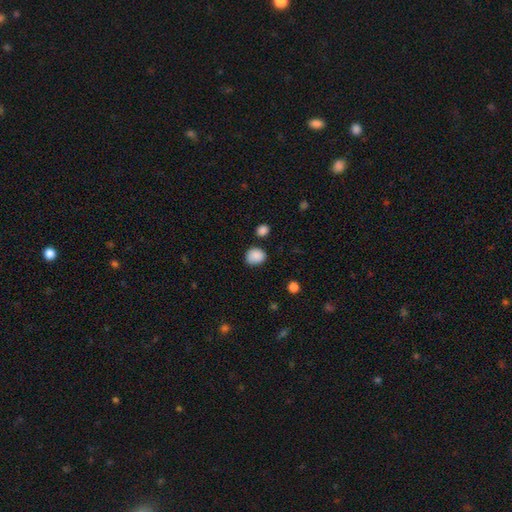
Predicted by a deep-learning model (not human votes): A smooth galaxy with no disk features (87%) that is round (62%). Merging: none (76%).